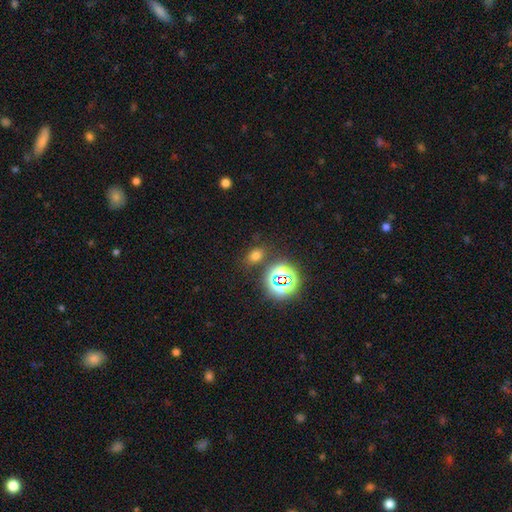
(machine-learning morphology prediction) This appears to be a smooth galaxy with no disk features (62%) that is in between round and cigar-shaped (67%). Merging: none (78%).